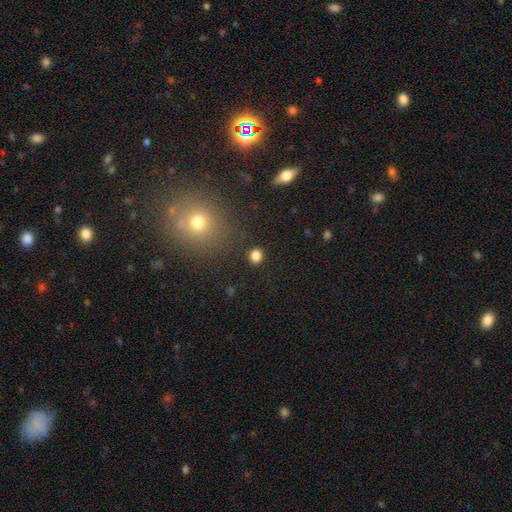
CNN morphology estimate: Smooth or featured? Predicted: smooth (p=0.82). How rounded? Predicted: round (p=0.72). Merging? Predicted: none (p=0.88).